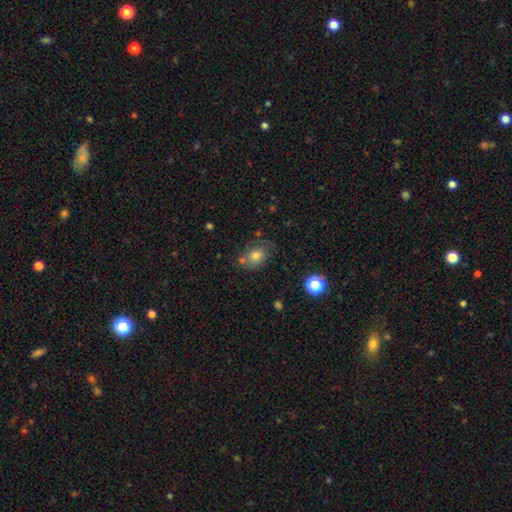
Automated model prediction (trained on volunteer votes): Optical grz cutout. It shows a smooth galaxy with no disk features (71%) that is in between round and cigar-shaped (63%). Merging: none (64%).